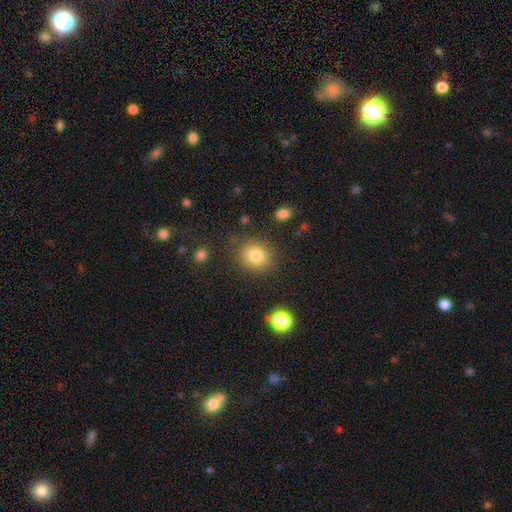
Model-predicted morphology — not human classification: Smooth or featured?
  - smooth: 81% *
  - star or artifact: 11%
  - featured or disk: 8%
How rounded?
  - round: 81% *
  - in between: 18%
  - cigar-shaped: 1%
Merging?
  - none: 84% *
  - minor disturbance: 10%
  - major disturbance: 4%
  - merger: 3%